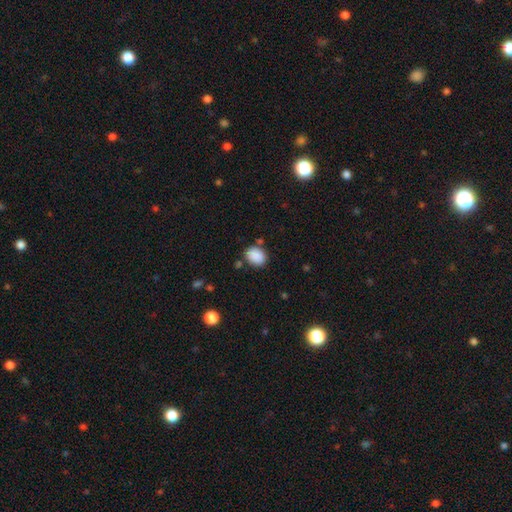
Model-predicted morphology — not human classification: The model was most divided on "how rounded": in between: 64%, round: 36%, cigar-shaped: 1%. More confident: smooth or featured — smooth (89%); merging — none (77%).